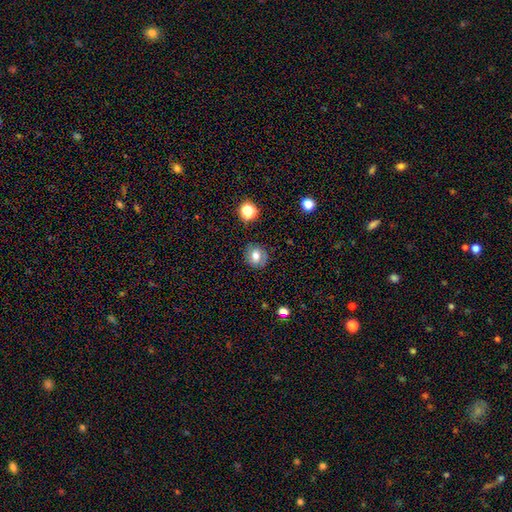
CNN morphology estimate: smooth 66%, featured or disk 21%, star or artifact 13%. Down the decision tree: how rounded — round (70%); merging — none (82%).